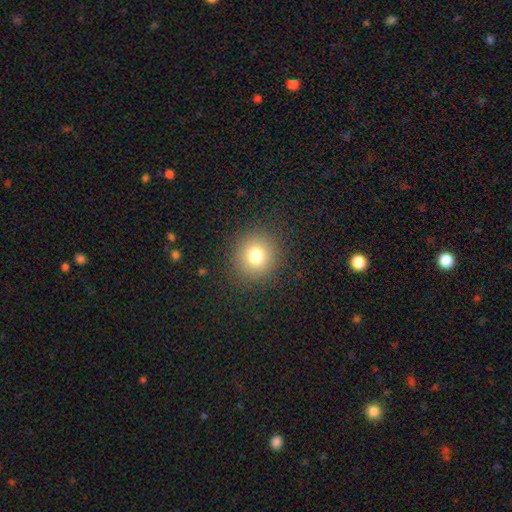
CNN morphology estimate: Overall: smooth (78%). How rounded: round (90%). Merging: none (89%).